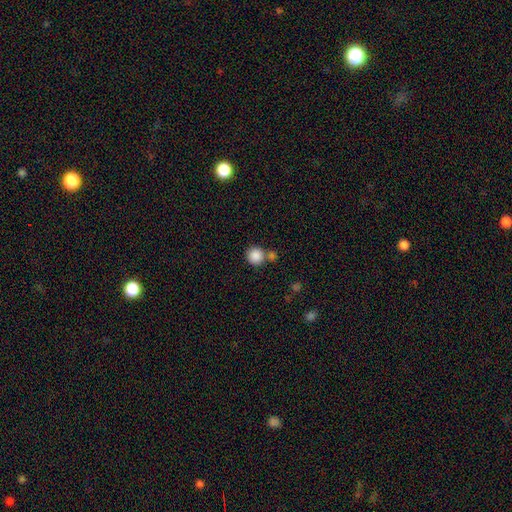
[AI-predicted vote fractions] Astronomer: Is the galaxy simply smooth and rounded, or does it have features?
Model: smooth — 87%.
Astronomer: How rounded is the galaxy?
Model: round — 93%.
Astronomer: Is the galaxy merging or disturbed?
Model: none — 66%.